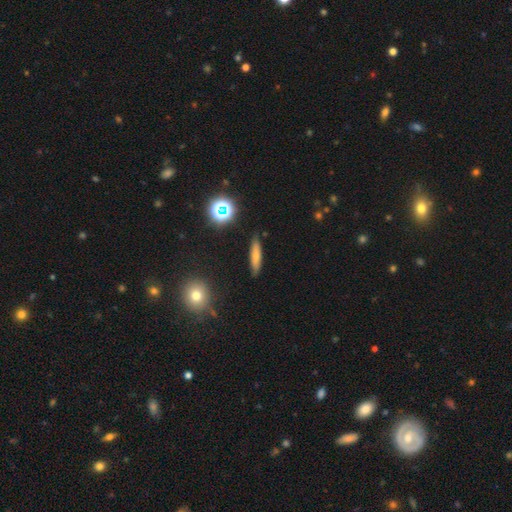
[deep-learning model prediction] A smooth galaxy with no disk features (67%) that is cigar-shaped (80%).

Vote fractions:
- Smooth or featured? smooth: 67% / featured or disk: 21% / star or artifact: 12%
- How rounded? cigar-shaped: 80% / in between: 17% / round: 4%
- Merging? none: 86% / minor disturbance: 10% / major disturbance: 2% / merger: 2%